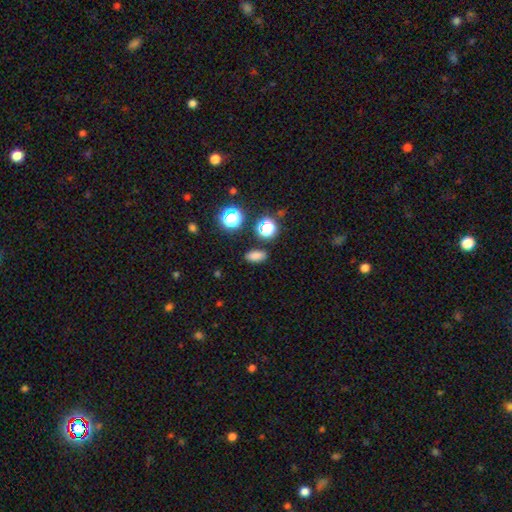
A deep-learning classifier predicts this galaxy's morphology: type=smooth (76%); roundness=in between (81%); merging=none (86%).